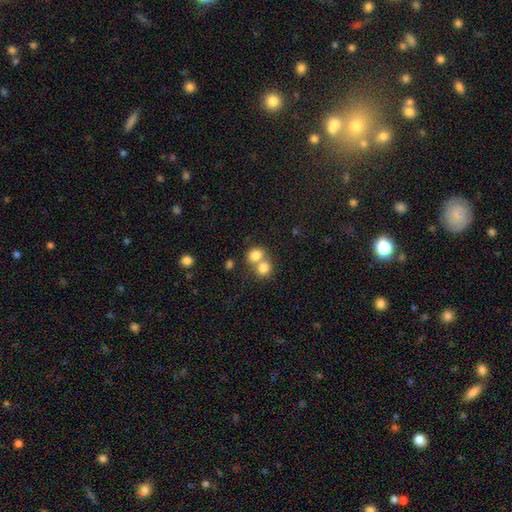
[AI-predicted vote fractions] Smooth or featured? smooth (79%)
How rounded? round (64%)
Merging? merger (60%)